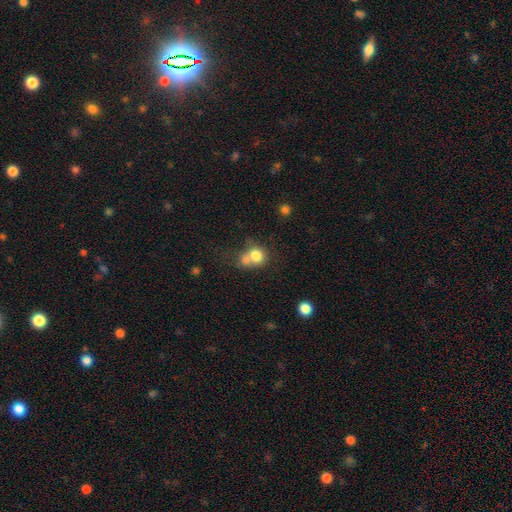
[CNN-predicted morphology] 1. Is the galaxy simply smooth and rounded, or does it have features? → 76% smooth, 13% featured or disk, 11% star or artifact.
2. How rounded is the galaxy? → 77% round, 22% in between, 1% cigar-shaped.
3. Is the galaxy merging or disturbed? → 52% merger, 33% none, 9% minor disturbance, 5% major disturbance.